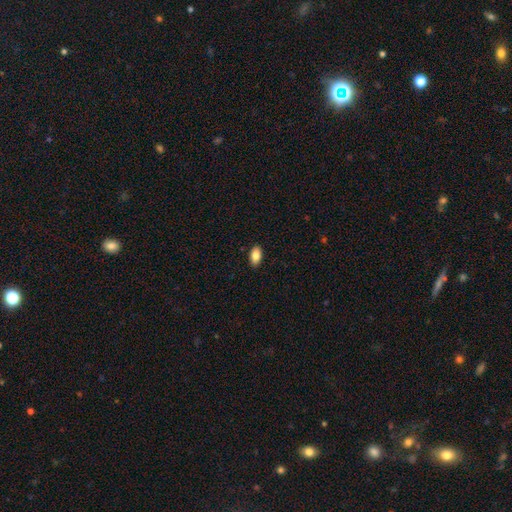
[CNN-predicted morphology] A smooth galaxy with no disk features (86%) that is in between round and cigar-shaped (93%).

Vote fractions:
- Smooth or featured? smooth: 86% / star or artifact: 7% / featured or disk: 7%
- How rounded? in between: 93% / round: 4% / cigar-shaped: 3%
- Merging? none: 90% / minor disturbance: 8% / major disturbance: 2% / merger: 1%